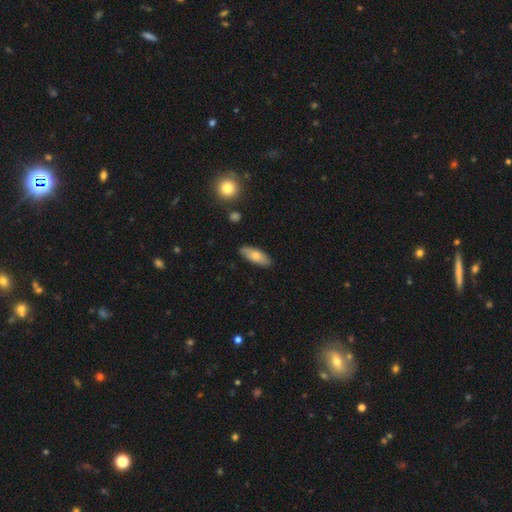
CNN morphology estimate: Smooth or featured? Predicted: smooth (p=0.69). How rounded? Predicted: in between (p=0.75). Merging? Predicted: none (p=0.86).